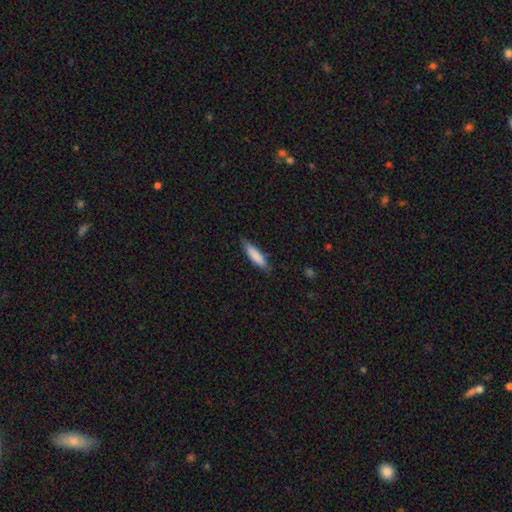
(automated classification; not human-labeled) Overall: smooth (84%). How rounded: cigar-shaped (71%). Merging: none (83%).